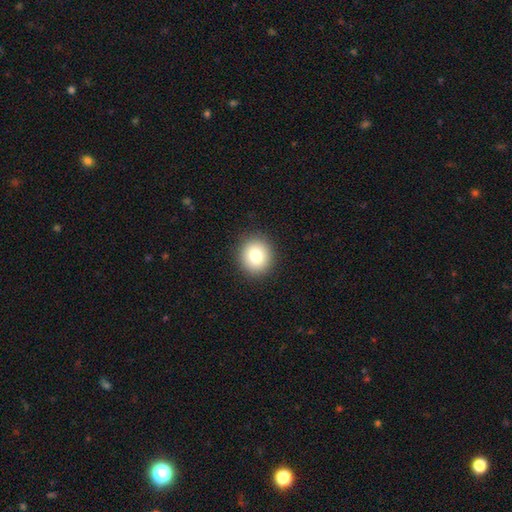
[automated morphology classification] This appears to be a smooth galaxy with no disk features (80%) that is round (89%). Merging: none (91%).